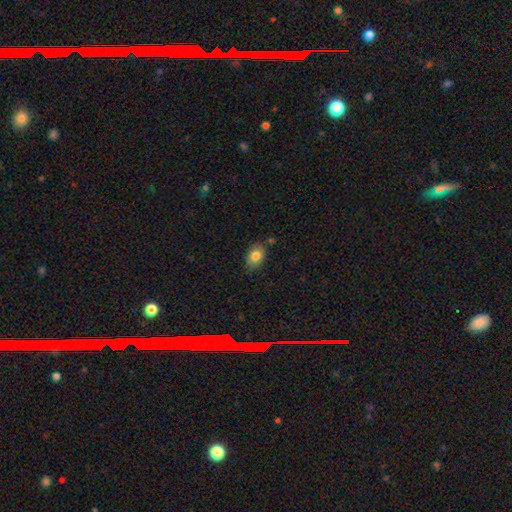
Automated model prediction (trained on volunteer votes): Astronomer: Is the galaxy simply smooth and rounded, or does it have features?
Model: smooth — 82%.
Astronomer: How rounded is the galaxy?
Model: in between — 85%.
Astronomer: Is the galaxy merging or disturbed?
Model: none — 76%.